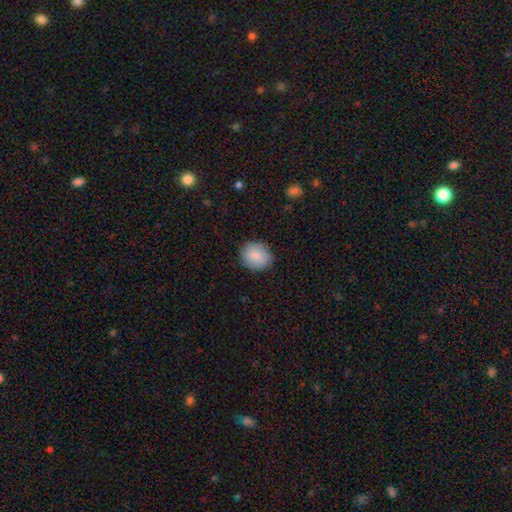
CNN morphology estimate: Q: Smooth or featured?
A: smooth (85%); runner-up: featured or disk (8%)
Q: How rounded?
A: round (65%); runner-up: in between (34%)
Q: Merging?
A: none (86%); runner-up: minor disturbance (11%)